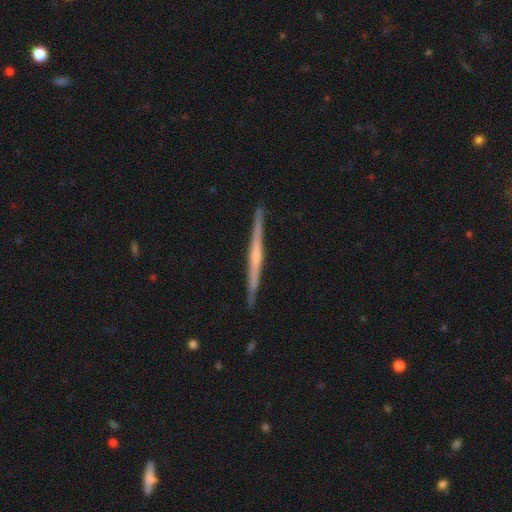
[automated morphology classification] smooth-or-featured: featured or disk: 75% | smooth: 20% | star or artifact: 5%
  disk-edge-on: yes: 98% | no: 2%
    edge-on-bulge: rounded: 45% | none: 44% | boxy: 10%
  merging: none: 91% | minor disturbance: 6% | major disturbance: 1% | merger: 1%